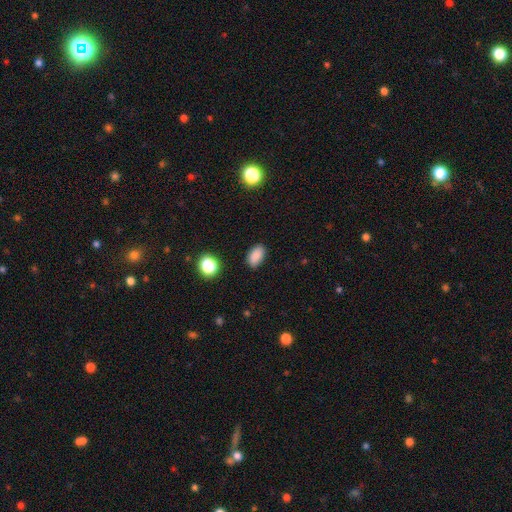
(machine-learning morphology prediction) Smooth or featured? Predicted: smooth (p=0.86). How rounded? Predicted: in between (p=0.90). Merging? Predicted: none (p=0.86).